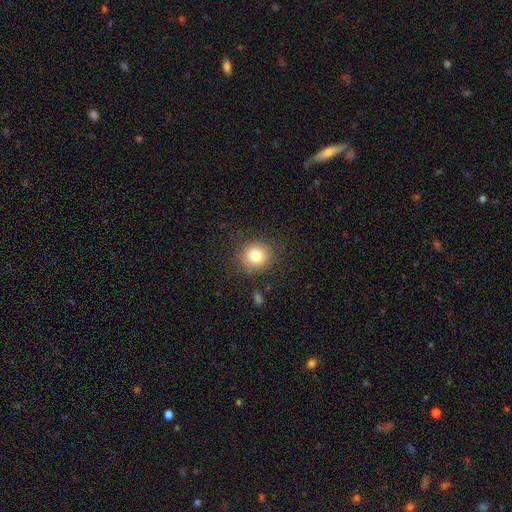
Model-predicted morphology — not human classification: This appears to be a smooth galaxy with no disk features (80%) that is round (86%). Merging: none (83%).